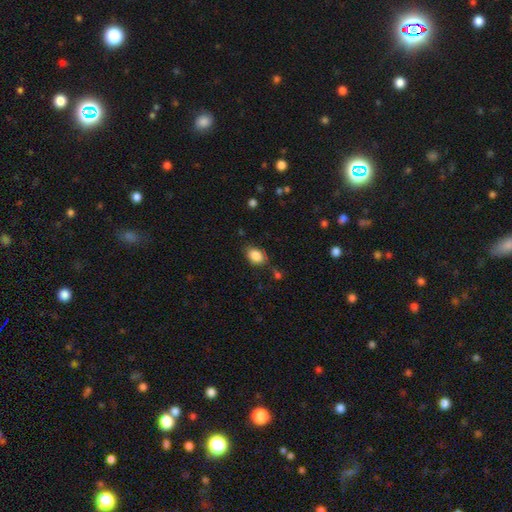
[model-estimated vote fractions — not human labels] Smooth or featured? Predicted: smooth (p=0.86). How rounded? Predicted: in between (p=0.81). Merging? Predicted: none (p=0.73).